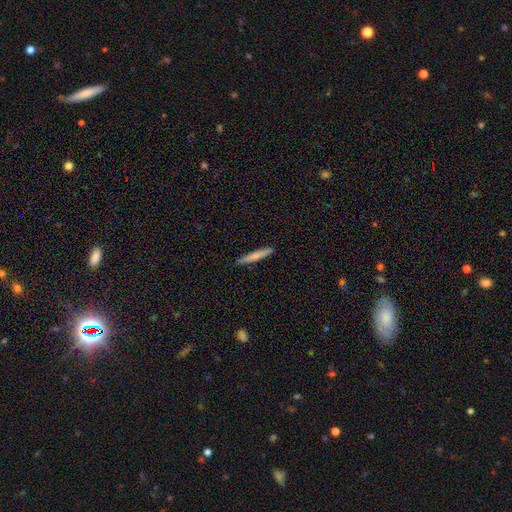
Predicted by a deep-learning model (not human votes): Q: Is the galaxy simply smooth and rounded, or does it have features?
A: smooth — 66%.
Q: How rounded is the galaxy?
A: cigar-shaped — 95%.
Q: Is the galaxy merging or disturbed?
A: none — 90%.